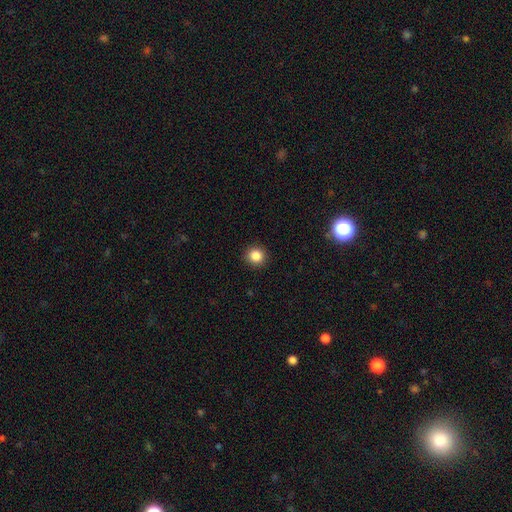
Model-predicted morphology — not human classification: This is clearly a smooth galaxy (85%). How rounded: clearly round (91%). Merging: clearly none (92%).